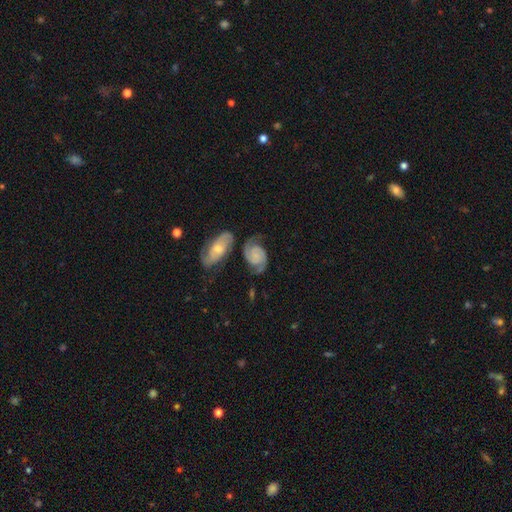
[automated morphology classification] Smooth or featured?
  - featured or disk: 82% *
  - smooth: 12%
  - star or artifact: 6%
Edge-on disk?
  - no: 97% *
  - yes: 3%
Bar?
  - no: 71% *
  - weak: 24%
  - strong: 5%
Spiral arms?
  - yes: 97% *
  - no: 3%
Spiral winding?
  - medium: 48% *
  - tight: 32%
  - loose: 20%
Spiral arm count?
  - 2: 91% *
  - can't tell: 3%
  - 1: 2%
  - 3: 2%
  - 4: 1%
  - more than 4: 1%
Bulge size?
  - small: 41% *
  - none: 38%
  - moderate: 14%
  - large: 5%
  - dominant: 2%
Merging?
  - none: 59% *
  - minor disturbance: 19%
  - merger: 14%
  - major disturbance: 9%